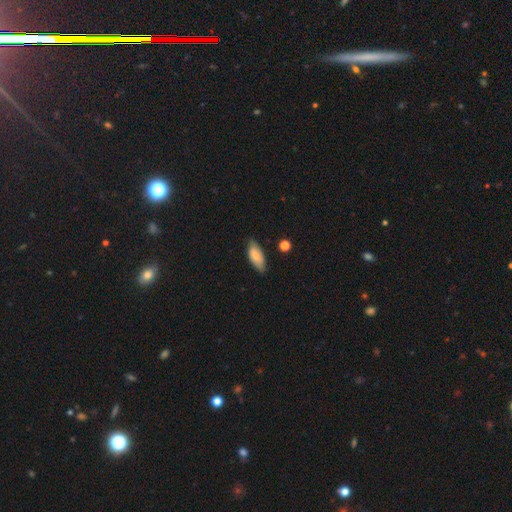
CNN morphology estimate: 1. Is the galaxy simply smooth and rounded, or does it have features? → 75% smooth, 18% featured or disk, 7% star or artifact.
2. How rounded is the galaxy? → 82% in between, 16% cigar-shaped, 2% round.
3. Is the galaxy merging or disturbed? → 75% none, 21% minor disturbance, 3% major disturbance, 2% merger.